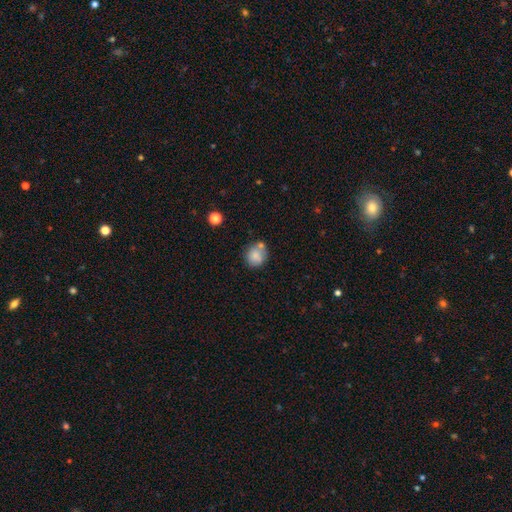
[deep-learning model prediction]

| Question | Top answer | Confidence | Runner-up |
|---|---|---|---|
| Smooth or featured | smooth | 78% | featured or disk (13%) |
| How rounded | round | 76% | in between (23%) |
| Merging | none | 53% | merger (23%) |